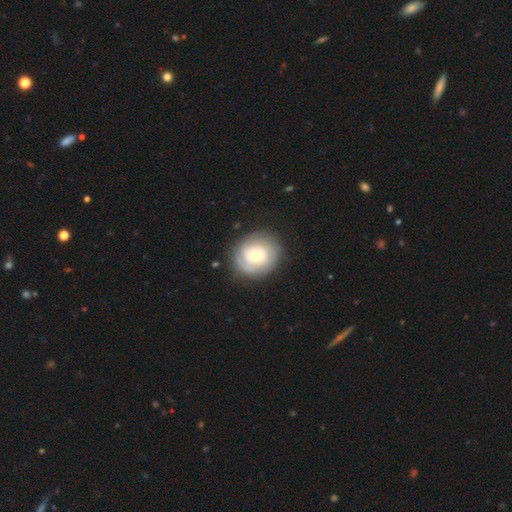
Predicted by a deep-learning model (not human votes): This appears to be a featured or disk galaxy (59%) with no bar (79%), spiral arms (77%) and a small central bulge (58%). Merging: none (78%).